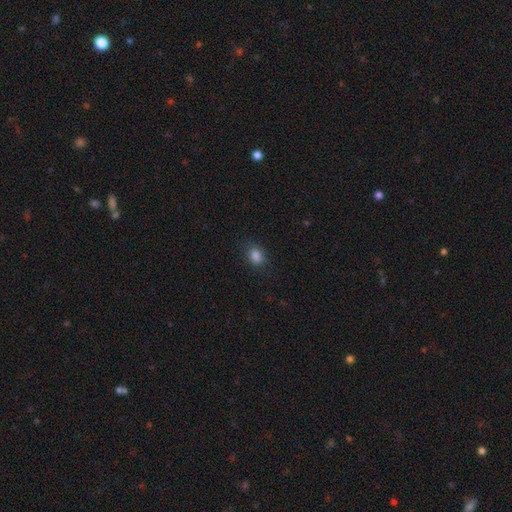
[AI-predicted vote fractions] smooth 84%, star or artifact 12%, featured or disk 5%. Down the decision tree: how rounded — in between (62%); merging — none (78%).